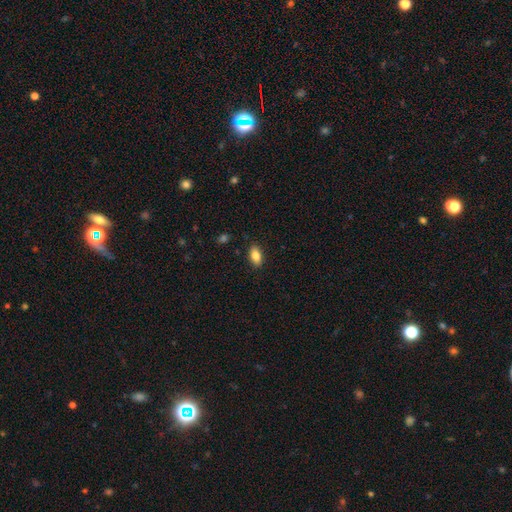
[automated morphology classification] smooth-or-featured: smooth: 84% | featured or disk: 8% | star or artifact: 8%
  how-rounded: in between: 90% | round: 5% | cigar-shaped: 5%
  merging: none: 88% | minor disturbance: 9% | major disturbance: 2% | merger: 1%